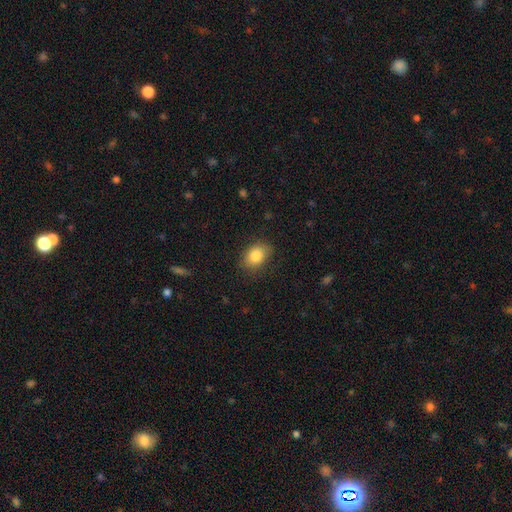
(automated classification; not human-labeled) Smooth or featured? smooth (84%)
How rounded? in between (75%)
Merging? none (83%)